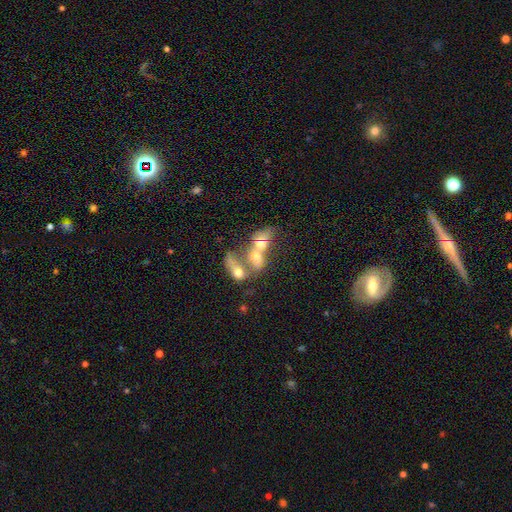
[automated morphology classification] Smooth or featured? Predicted: smooth (p=0.52). How rounded? Predicted: in between (p=0.66). Merging? Predicted: merger (p=0.76).